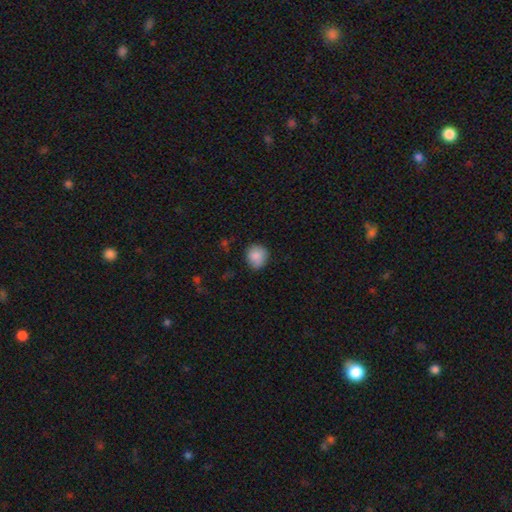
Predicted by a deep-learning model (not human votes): A smooth galaxy with no disk features (85%) that is round (84%).

Vote fractions:
- Smooth or featured? smooth: 85% / star or artifact: 8% / featured or disk: 6%
- How rounded? round: 84% / in between: 15% / cigar-shaped: 1%
- Merging? none: 75% / minor disturbance: 20% / major disturbance: 3% / merger: 1%